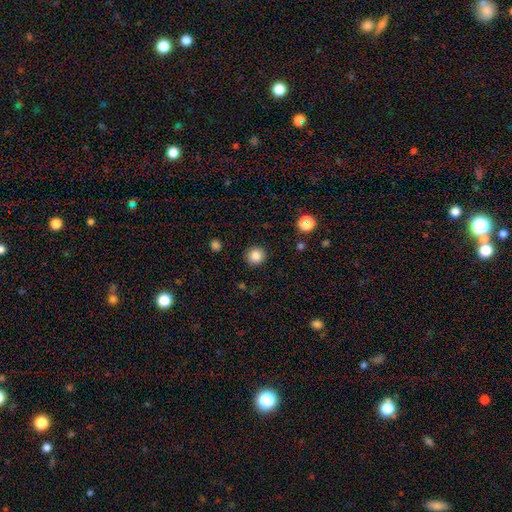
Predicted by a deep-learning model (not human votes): Smooth or featured: smooth — 85% (star or artifact — 11%)
How rounded: round — 94% (in between — 6%)
Merging: none — 91% (minor disturbance — 6%)